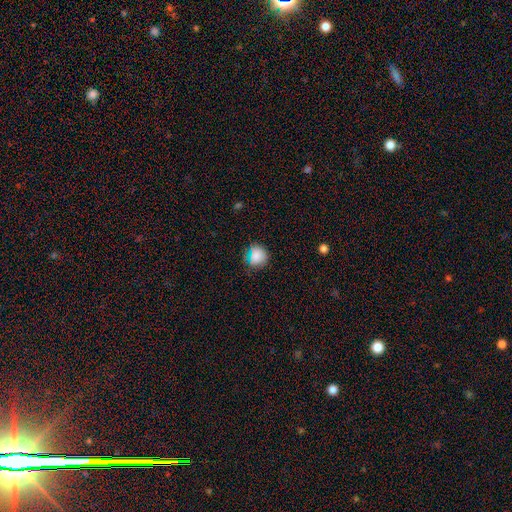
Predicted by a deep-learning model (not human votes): A smooth galaxy with no disk features (83%) that is round (80%). Merging: none (67%).